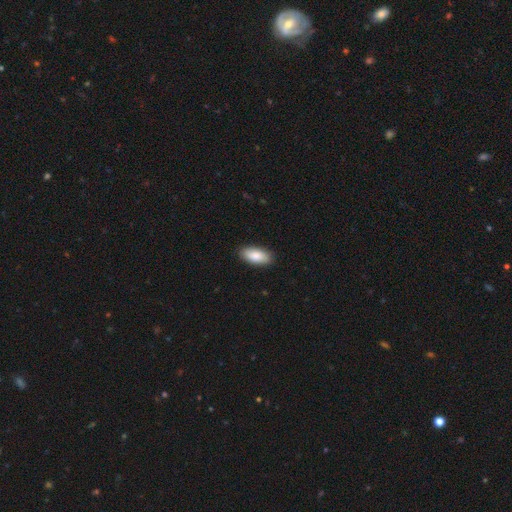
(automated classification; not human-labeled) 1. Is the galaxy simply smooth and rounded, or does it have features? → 88% smooth, 7% featured or disk, 6% star or artifact.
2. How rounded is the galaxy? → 89% in between, 9% cigar-shaped, 2% round.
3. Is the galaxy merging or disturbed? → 89% none, 9% minor disturbance, 2% major disturbance, 1% merger.